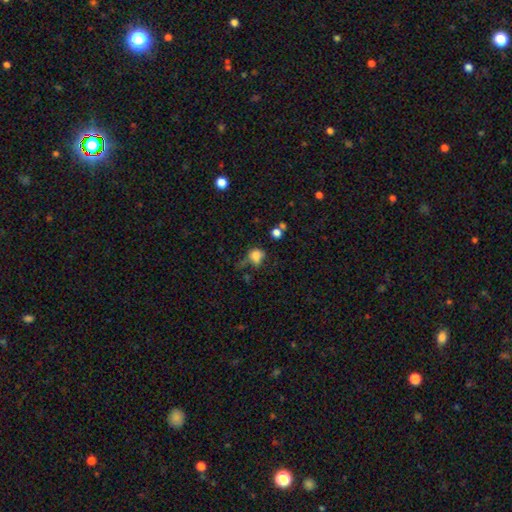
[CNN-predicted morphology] type=smooth (75%); roundness=round (53%); merging=none (35%).